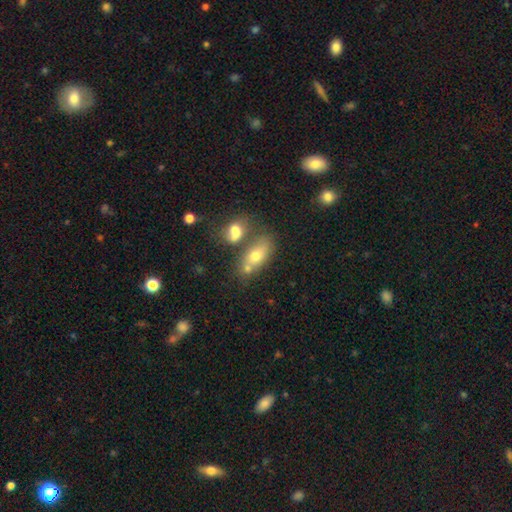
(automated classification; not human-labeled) smooth-or-featured: smooth: 67% | featured or disk: 22% | star or artifact: 11%
  how-rounded: in between: 78% | round: 14% | cigar-shaped: 8%
  merging: none: 44% | merger: 38% | minor disturbance: 12% | major disturbance: 6%